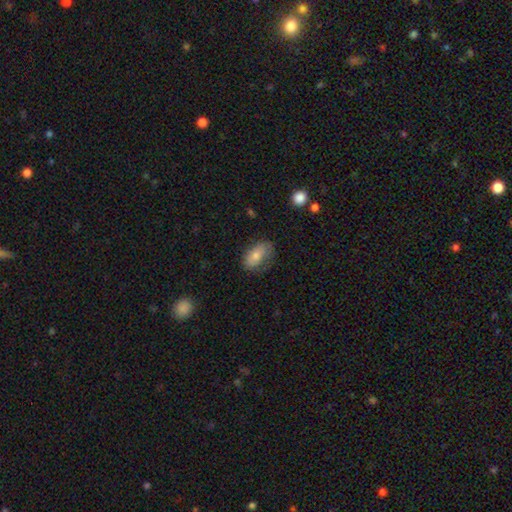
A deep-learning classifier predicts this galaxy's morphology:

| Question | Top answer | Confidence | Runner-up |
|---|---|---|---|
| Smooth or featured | smooth | 73% | featured or disk (19%) |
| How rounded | in between | 89% | round (7%) |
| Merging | none | 66% | minor disturbance (24%) |